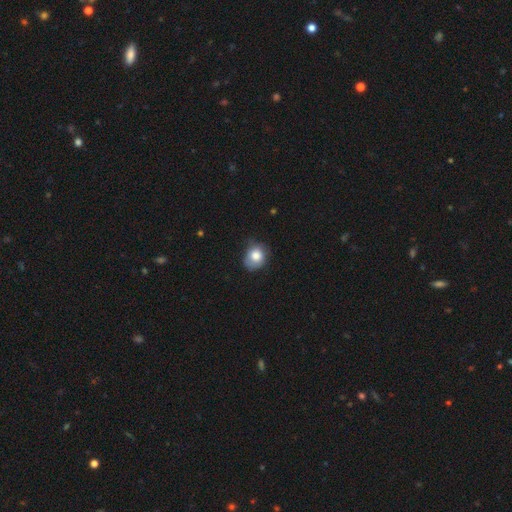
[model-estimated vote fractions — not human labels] Q: Smooth or featured?
A: smooth (80%); runner-up: featured or disk (12%)
Q: How rounded?
A: round (68%); runner-up: in between (31%)
Q: Merging?
A: none (59%); runner-up: minor disturbance (31%)